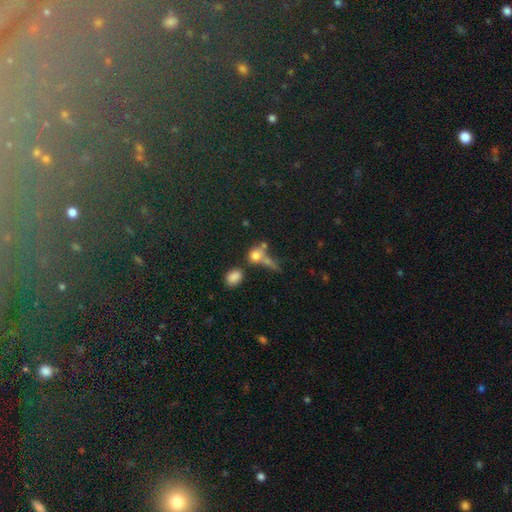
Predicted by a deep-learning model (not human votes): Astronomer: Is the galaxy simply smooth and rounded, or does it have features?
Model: smooth — 71%.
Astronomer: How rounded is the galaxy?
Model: round — 64%.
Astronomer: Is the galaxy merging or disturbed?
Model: merger — 42% (runner-up: none, 37%).